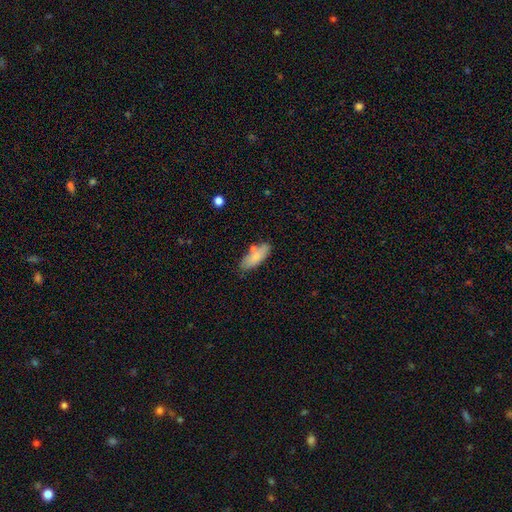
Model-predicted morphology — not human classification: Overall: smooth (80%). How rounded: in between (71%). Merging: none (71%).